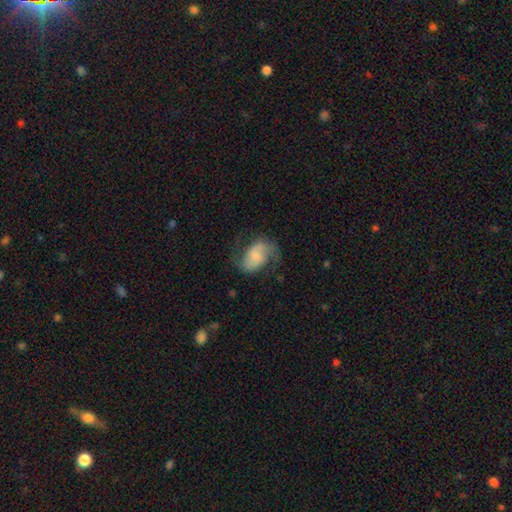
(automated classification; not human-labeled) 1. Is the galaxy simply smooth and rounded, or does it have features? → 71% featured or disk, 22% smooth, 7% star or artifact.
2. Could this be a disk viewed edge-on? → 98% no, 2% yes.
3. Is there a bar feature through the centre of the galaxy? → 48% no, 41% weak, 11% strong.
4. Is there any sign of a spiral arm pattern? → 93% yes, 7% no.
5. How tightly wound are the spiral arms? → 44% loose, 43% medium, 12% tight.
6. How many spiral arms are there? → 88% 2, 4% can't tell, 4% 1, 1% 3, 1% 4, 1% more than 4.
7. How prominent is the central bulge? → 39% small, 27% moderate, 24% none, 8% large, 2% dominant.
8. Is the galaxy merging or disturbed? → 63% none, 21% minor disturbance, 15% major disturbance, 2% merger.